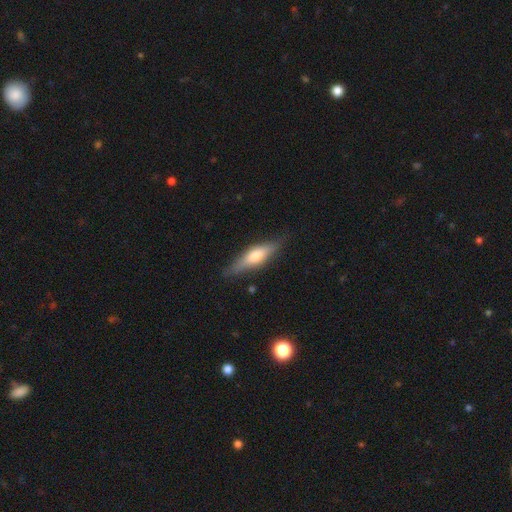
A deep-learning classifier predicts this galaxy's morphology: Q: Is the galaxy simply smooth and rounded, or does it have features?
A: smooth — 48%.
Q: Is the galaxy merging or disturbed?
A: none — 79%.